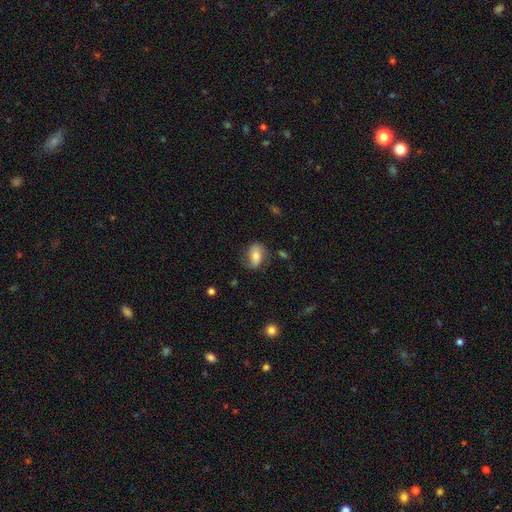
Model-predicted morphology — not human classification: smooth 59%, featured or disk 33%, star or artifact 8%. Down the decision tree: how rounded — in between (80%); merging — none (62%).